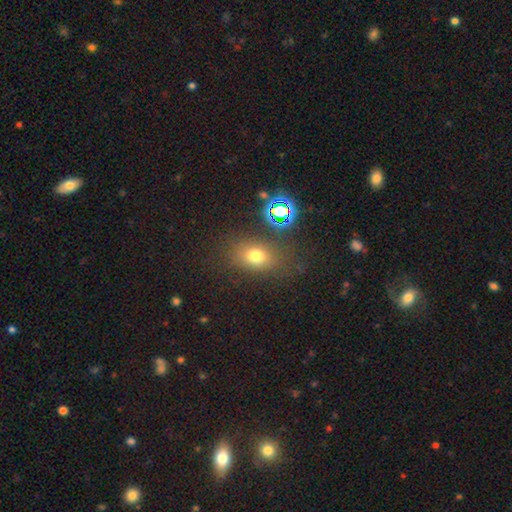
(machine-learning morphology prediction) This appears to be a smooth galaxy with no disk features (67%) that is in between round and cigar-shaped (64%). Merging: none (74%).